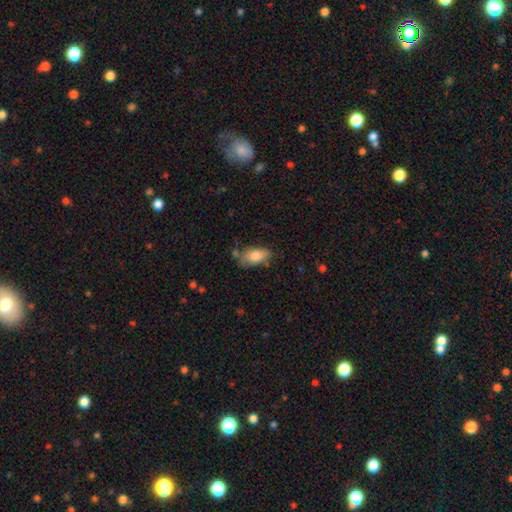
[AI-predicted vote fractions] This appears to be a smooth galaxy with no disk features (79%) that is in between round and cigar-shaped (91%). Merging: none (59%).